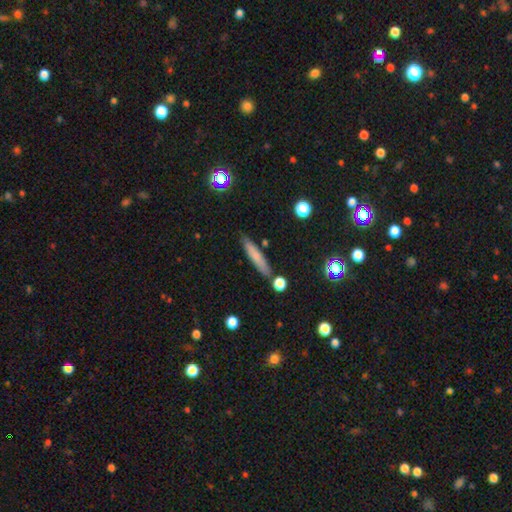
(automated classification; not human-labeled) Q: Smooth or featured?
A: smooth (71%); runner-up: featured or disk (19%)
Q: How rounded?
A: cigar-shaped (88%); runner-up: in between (10%)
Q: Merging?
A: none (84%); runner-up: minor disturbance (10%)